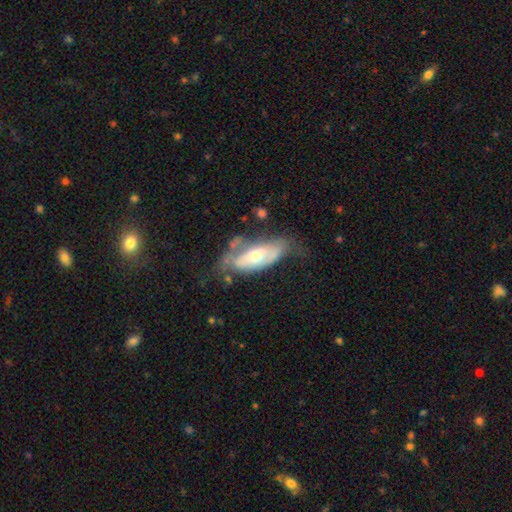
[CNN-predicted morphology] A featured or disk galaxy (56%). Merging: none (41%).